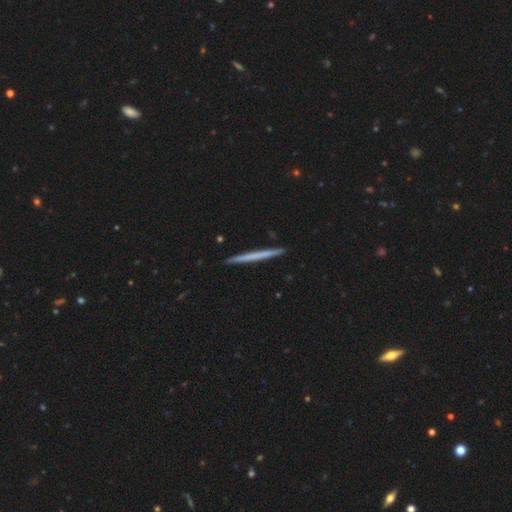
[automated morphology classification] Smooth or featured?
  - smooth: 54% *
  - featured or disk: 40%
  - star or artifact: 5%
How rounded?
  - cigar-shaped: 97% *
  - in between: 1%
  - round: 1%
Merging?
  - none: 93% *
  - minor disturbance: 5%
  - merger: 1%
  - major disturbance: 1%